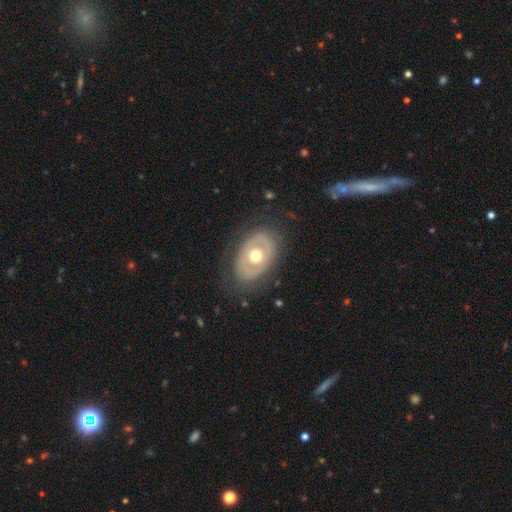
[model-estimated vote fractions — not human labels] This appears to be a featured or disk galaxy (57%) with no bar (90%), no spiral arms (88%) and a moderate central bulge (77%). Merging: none (79%).